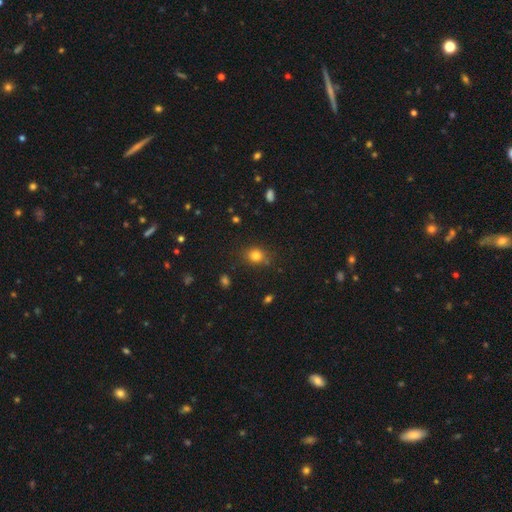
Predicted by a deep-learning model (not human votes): A smooth galaxy with no disk features (80%) that is round (63%).

Vote fractions:
- Smooth or featured? smooth: 80% / star or artifact: 13% / featured or disk: 7%
- How rounded? round: 63% / in between: 36% / cigar-shaped: 1%
- Merging? none: 78% / minor disturbance: 14% / major disturbance: 4% / merger: 4%